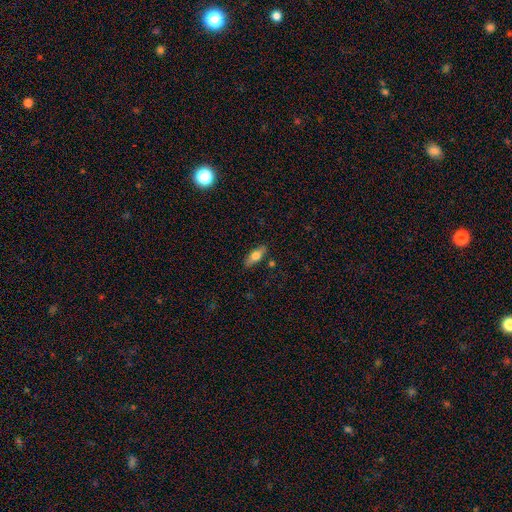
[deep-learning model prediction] Smooth or featured?
  - smooth: 66% *
  - featured or disk: 28%
  - star or artifact: 7%
How rounded?
  - in between: 70% *
  - cigar-shaped: 27%
  - round: 3%
Merging?
  - none: 84% *
  - minor disturbance: 11%
  - merger: 3%
  - major disturbance: 3%